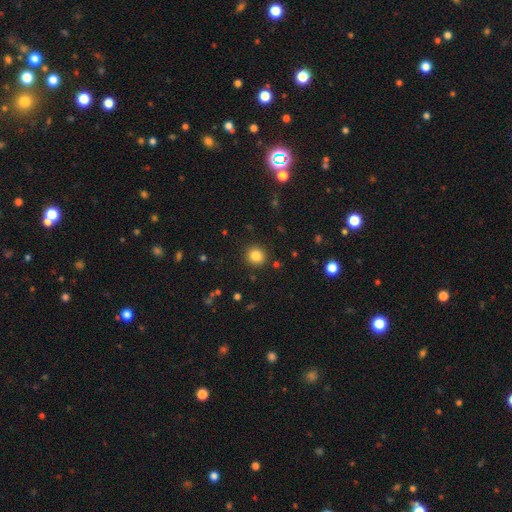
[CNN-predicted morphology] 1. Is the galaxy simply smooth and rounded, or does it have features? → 83% smooth, 11% star or artifact, 5% featured or disk.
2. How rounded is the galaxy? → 90% round, 9% in between, 1% cigar-shaped.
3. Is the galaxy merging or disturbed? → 90% none, 6% minor disturbance, 2% major disturbance, 2% merger.